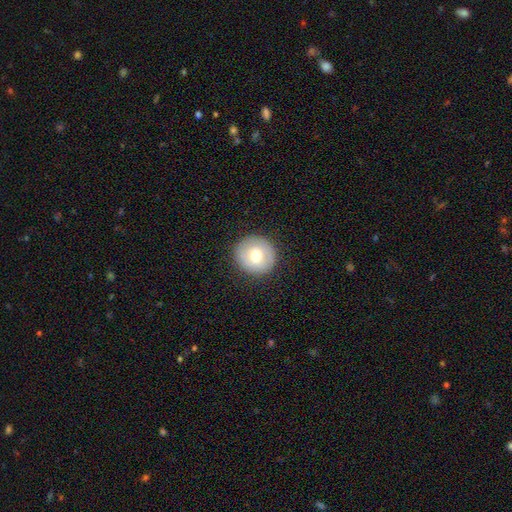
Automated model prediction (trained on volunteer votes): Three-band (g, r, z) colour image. It shows a smooth galaxy with no disk features (68%) that is round (94%). Merging: none (88%).